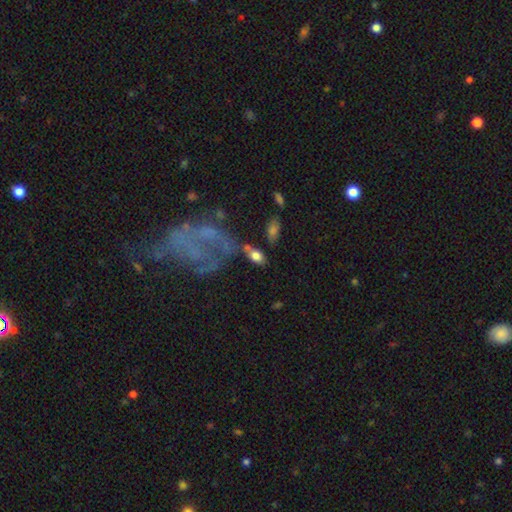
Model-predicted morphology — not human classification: A smooth galaxy with no disk features (75%) that is in between round and cigar-shaped (89%). Merging: none (55%).